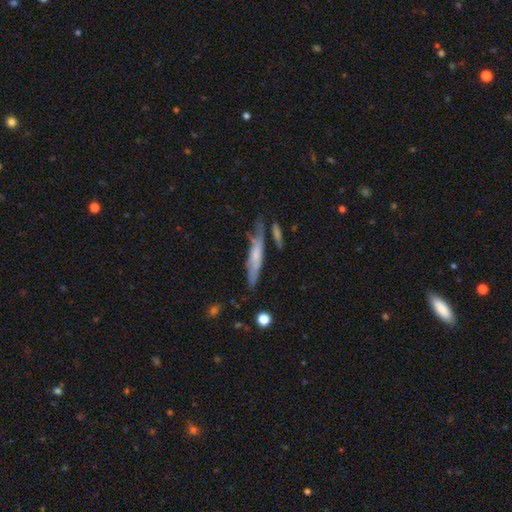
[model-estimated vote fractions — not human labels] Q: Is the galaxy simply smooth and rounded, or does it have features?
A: smooth — 49%.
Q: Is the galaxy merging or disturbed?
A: none — 61%.